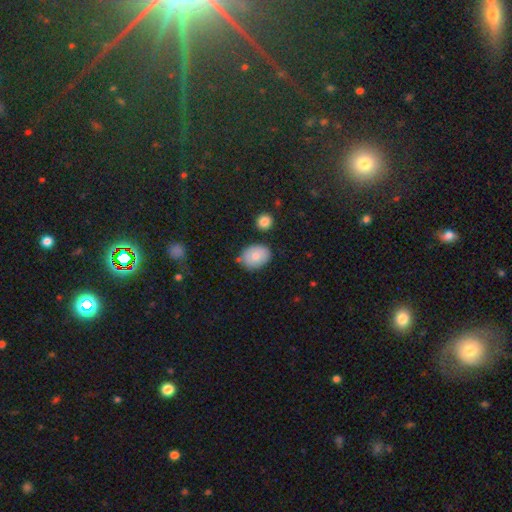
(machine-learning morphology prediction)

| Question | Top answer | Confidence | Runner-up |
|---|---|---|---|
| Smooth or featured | smooth | 76% | featured or disk (17%) |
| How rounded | in between | 64% | round (35%) |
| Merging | none | 73% | minor disturbance (18%) |